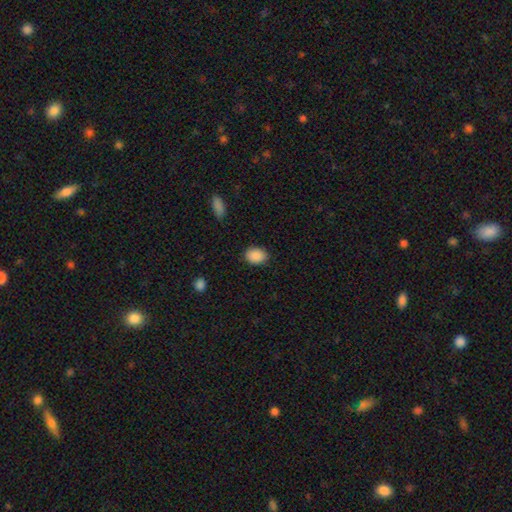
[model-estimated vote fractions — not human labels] Smooth or featured: smooth — 89% (star or artifact — 7%)
How rounded: in between — 68% (round — 31%)
Merging: none — 86% (minor disturbance — 10%)